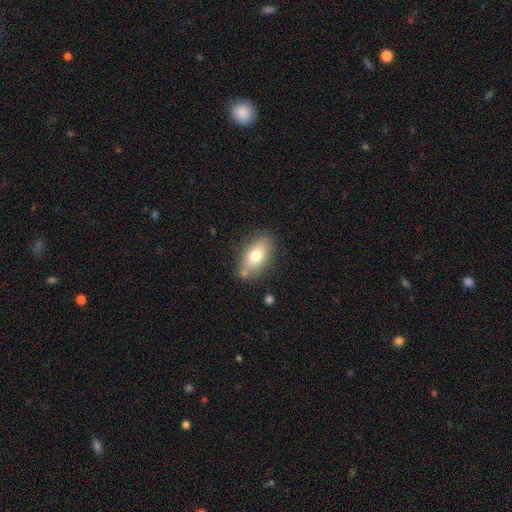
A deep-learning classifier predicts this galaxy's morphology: smooth 75%, featured or disk 17%, star or artifact 8%. Down the decision tree: how rounded — in between (89%); merging — none (75%).